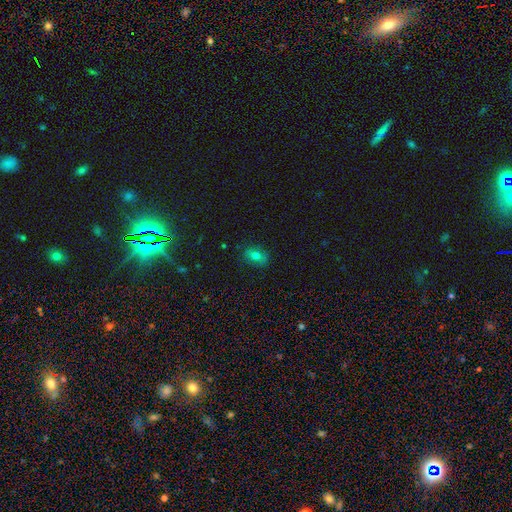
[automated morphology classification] A smooth galaxy with no disk features (73%) that is in between round and cigar-shaped (75%). Merging: none (81%).